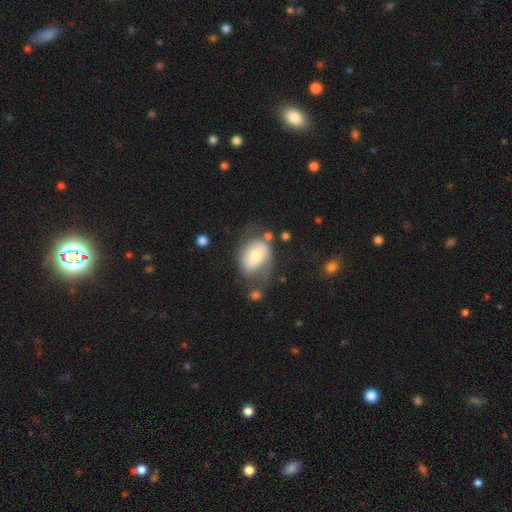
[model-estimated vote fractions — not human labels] featured or disk 49%, smooth 44%, star or artifact 7%. Down the decision tree: merging — none (40%).